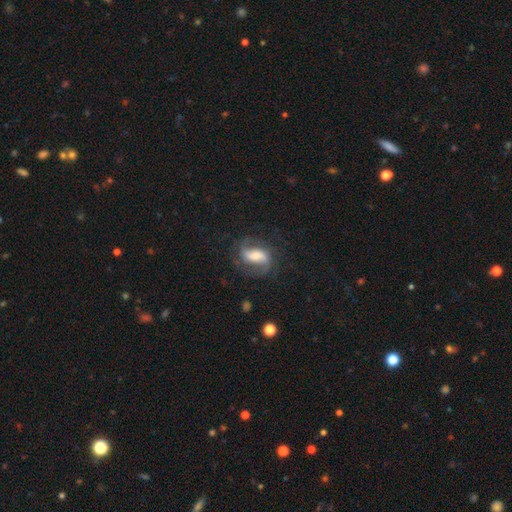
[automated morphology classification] smooth-or-featured: featured or disk: 76% | smooth: 17% | star or artifact: 7%
  disk-edge-on: no: 96% | yes: 4%
    bar: strong: 37% | weak: 36% | no: 27%
    has-spiral-arms: yes: 92% | no: 8%
      spiral-winding: medium: 44% | loose: 40% | tight: 16%
      spiral-arm-count: 2: 86% | can't tell: 6% | 1: 4% | 3: 2% | 4: 1% | more than 4: 1%
    bulge-size: moderate: 45% | small: 38% | large: 11% | none: 3% | dominant: 2%
  merging: none: 68% | minor disturbance: 17% | major disturbance: 13% | merger: 2%